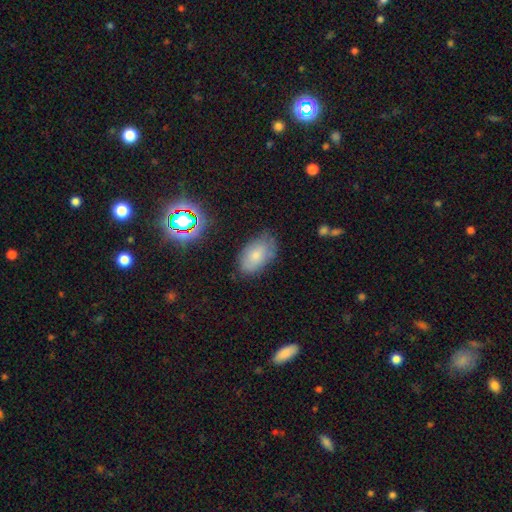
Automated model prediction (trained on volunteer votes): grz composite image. It shows a smooth galaxy with no disk features (73%) that is in between round and cigar-shaped (93%). Merging: none (69%).